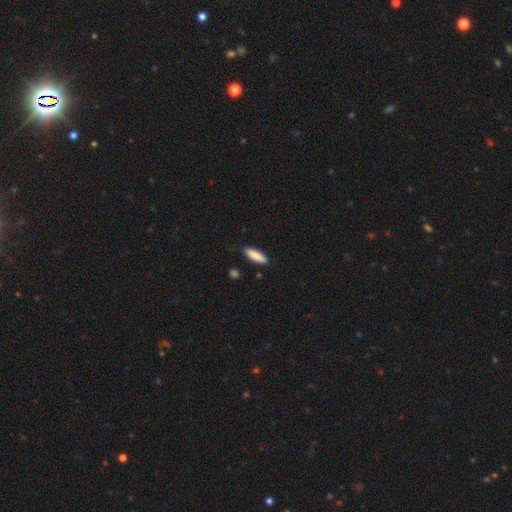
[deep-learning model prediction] This appears to be a smooth galaxy with no disk features (88%) that is cigar-shaped (58%). Merging: none (88%).